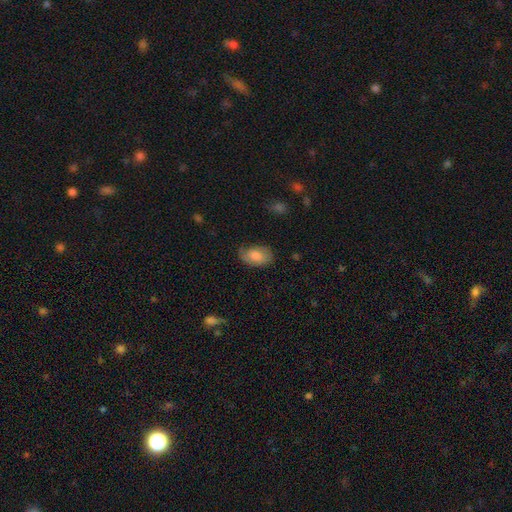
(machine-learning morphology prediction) smooth_or_featured: smooth (p=0.73) [alt: featured or disk p=0.20]
how_rounded: in between (p=0.90) [alt: round p=0.08]
merging: none (p=0.64) [alt: minor disturbance p=0.27]